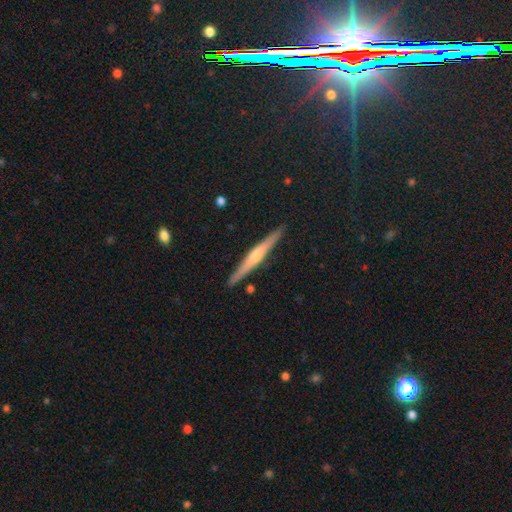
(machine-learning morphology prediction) Q: Smooth or featured?
A: featured or disk (66%); runner-up: smooth (28%)
Q: Edge-on disk?
A: yes (98%); runner-up: no (2%)
Q: Edge-on bulge?
A: rounded (70%); runner-up: none (20%)
Q: Merging?
A: none (91%); runner-up: minor disturbance (7%)